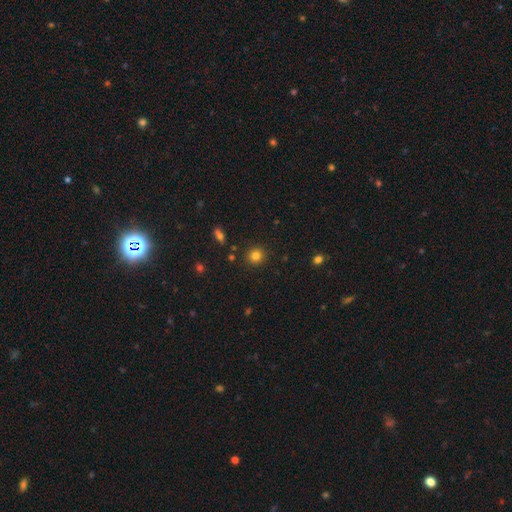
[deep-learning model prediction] smooth 82%, star or artifact 13%, featured or disk 6%. Down the decision tree: how rounded — round (90%); merging — none (89%).